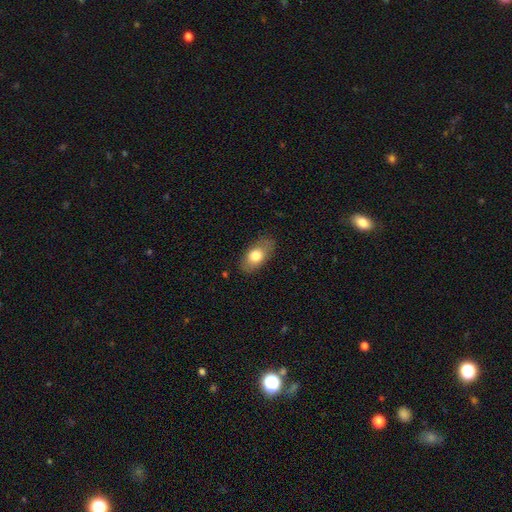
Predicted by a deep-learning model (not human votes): Morphology: type=smooth (74%); roundness=in between (88%); merging=none (79%).